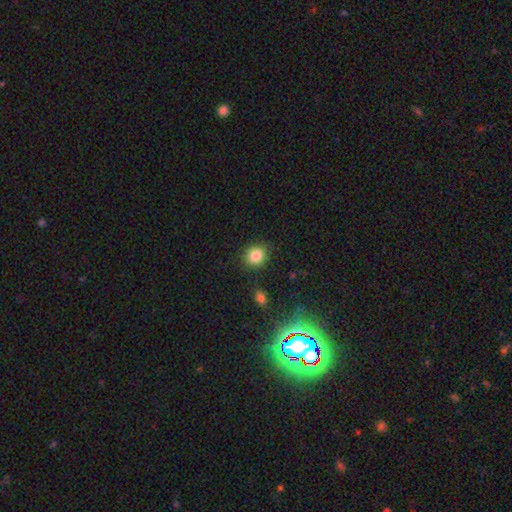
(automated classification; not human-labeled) smooth 84%, star or artifact 11%, featured or disk 5%. Down the decision tree: how rounded — round (69%); merging — none (87%).